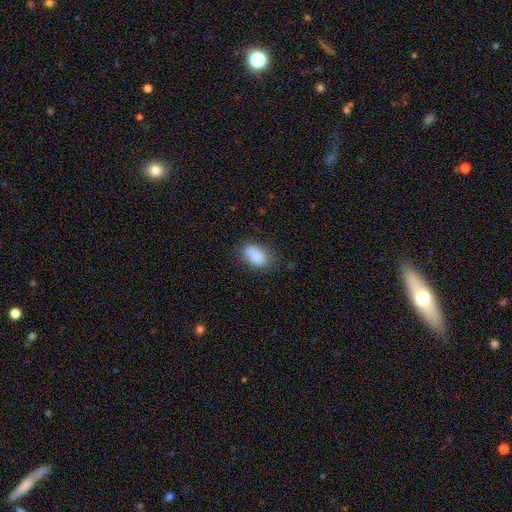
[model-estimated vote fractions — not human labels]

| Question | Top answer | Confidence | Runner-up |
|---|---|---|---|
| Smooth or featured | smooth | 89% | star or artifact (7%) |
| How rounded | in between | 92% | round (6%) |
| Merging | none | 79% | minor disturbance (16%) |